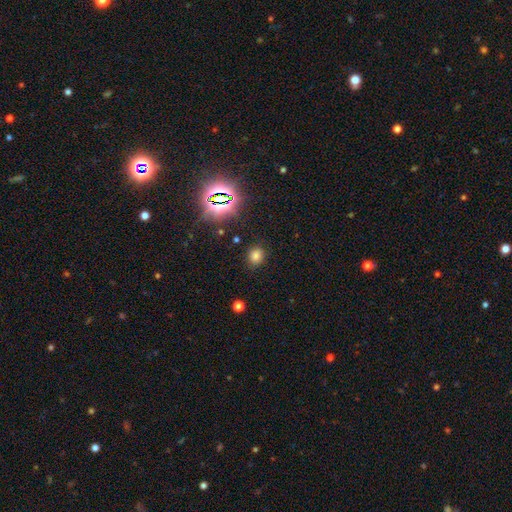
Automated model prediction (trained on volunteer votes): Smooth or featured?
  - smooth: 73% *
  - star or artifact: 21%
  - featured or disk: 6%
How rounded?
  - round: 70% *
  - in between: 29%
  - cigar-shaped: 1%
Merging?
  - none: 86% *
  - minor disturbance: 9%
  - major disturbance: 3%
  - merger: 2%